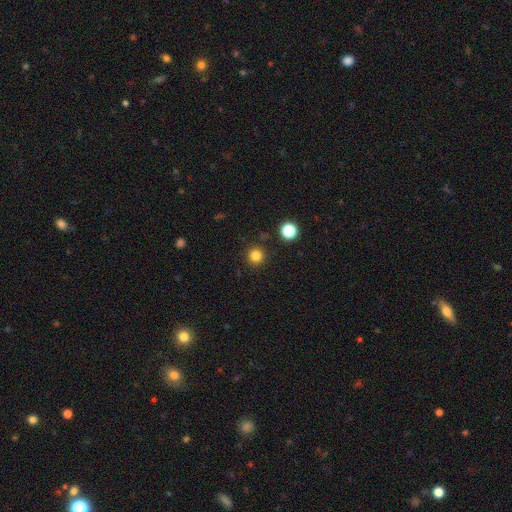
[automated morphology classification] This appears to be a smooth galaxy with no disk features (82%) that is round (95%). Merging: none (91%).